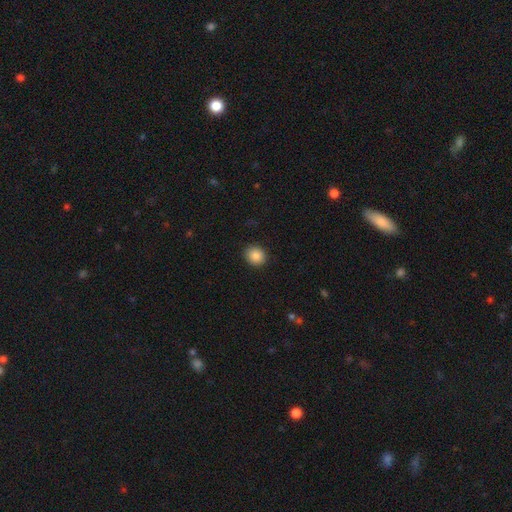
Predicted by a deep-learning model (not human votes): Q: Smooth or featured?
A: smooth (87%); runner-up: star or artifact (9%)
Q: How rounded?
A: round (82%); runner-up: in between (17%)
Q: Merging?
A: none (91%); runner-up: minor disturbance (6%)